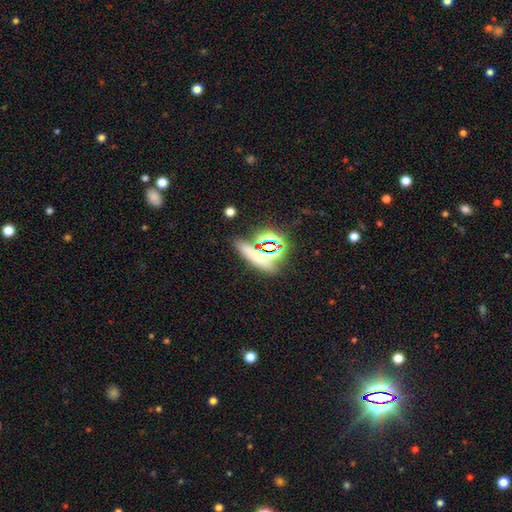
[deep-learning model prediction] Smooth or featured: smooth — 50% (star or artifact — 37%)
Merging: none — 74% (minor disturbance — 12%)